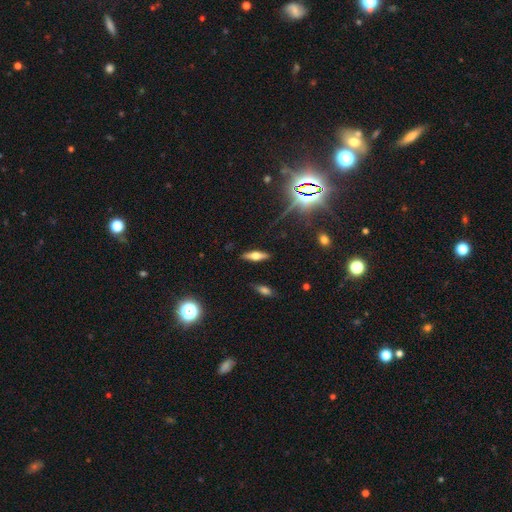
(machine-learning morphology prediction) This appears to be a featured or disk galaxy (49%). Merging: none (87%).